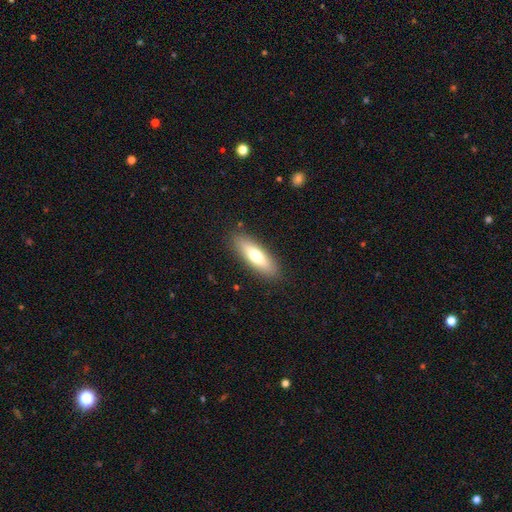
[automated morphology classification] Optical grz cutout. It shows a smooth galaxy with no disk features (71%) that is cigar-shaped (49%, tied with in between). Merging: none (87%).